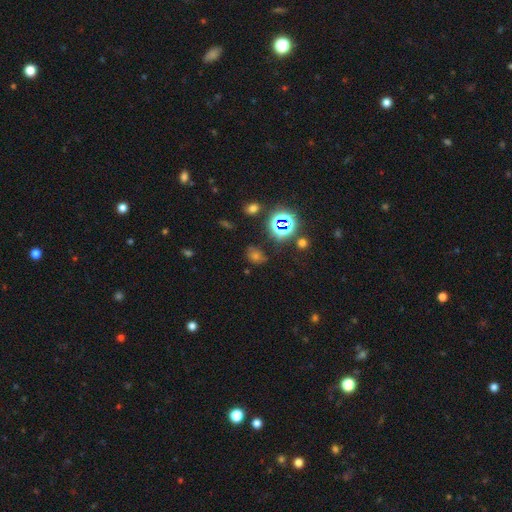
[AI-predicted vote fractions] smooth-or-featured: star or artifact: 54% | smooth: 36% | featured or disk: 10%